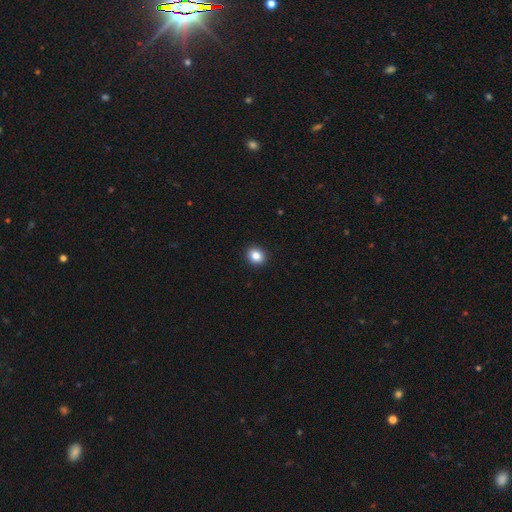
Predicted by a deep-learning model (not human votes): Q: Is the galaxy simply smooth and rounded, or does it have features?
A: smooth — 85%.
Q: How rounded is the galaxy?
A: round — 74%.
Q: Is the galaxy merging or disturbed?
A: none — 92%.